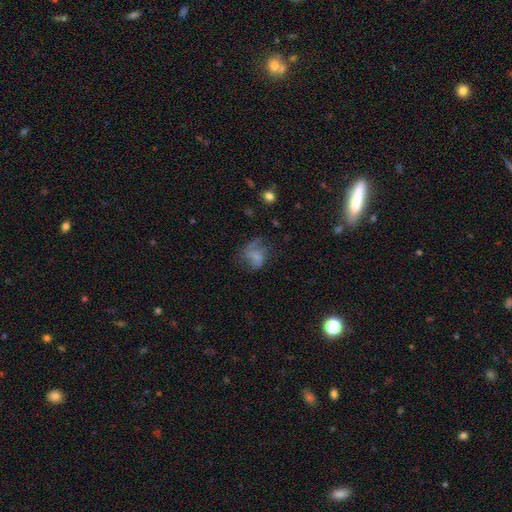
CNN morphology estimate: smooth_or_featured: smooth (p=0.56) [alt: featured or disk p=0.30]
how_rounded: in between (p=0.53) [alt: round p=0.45]
merging: none (p=0.38) [alt: major disturbance p=0.33]